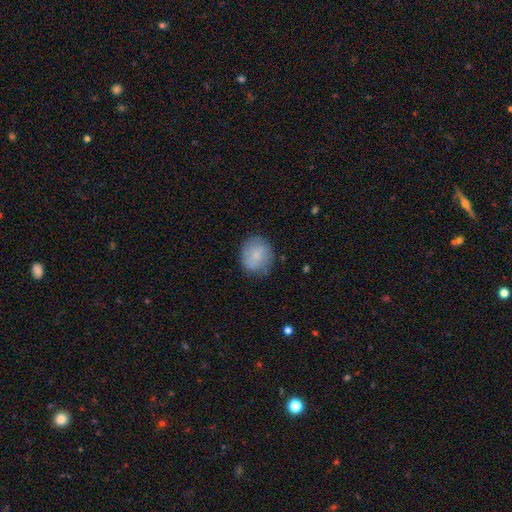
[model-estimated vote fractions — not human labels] A smooth galaxy with no disk features (74%) that is round (77%). Merging: none (76%).